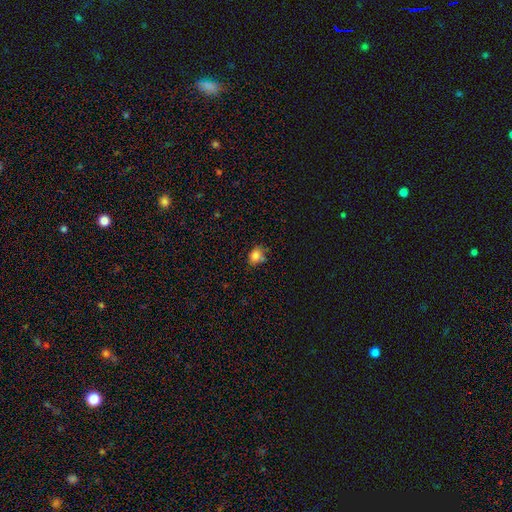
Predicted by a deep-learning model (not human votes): Morphology: type=smooth (81%); roundness=in between (55%); merging=none (65%).